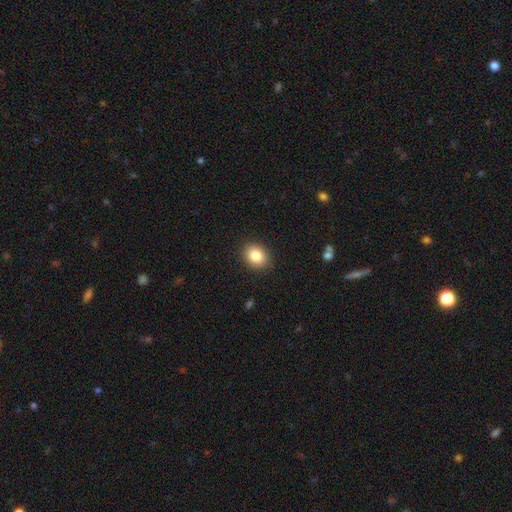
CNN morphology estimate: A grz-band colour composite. It shows a smooth galaxy with no disk features (84%) that is in between round and cigar-shaped (50%). Merging: none (89%).